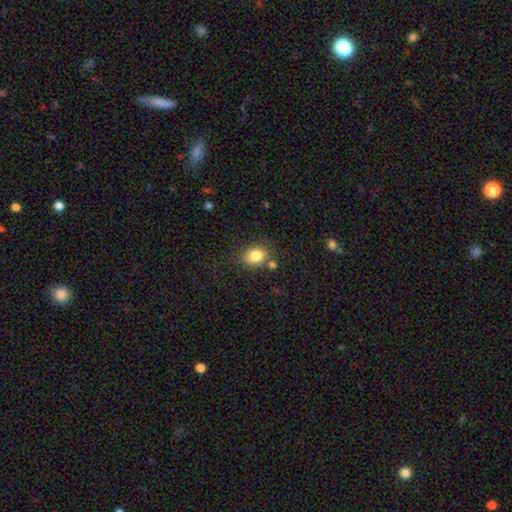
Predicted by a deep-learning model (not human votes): A smooth galaxy with no disk features (82%) that is round (51%).

Vote fractions:
- Smooth or featured? smooth: 82% / star or artifact: 10% / featured or disk: 8%
- How rounded? round: 51% / in between: 49% / cigar-shaped: 1%
- Merging? none: 74% / minor disturbance: 13% / merger: 9% / major disturbance: 4%